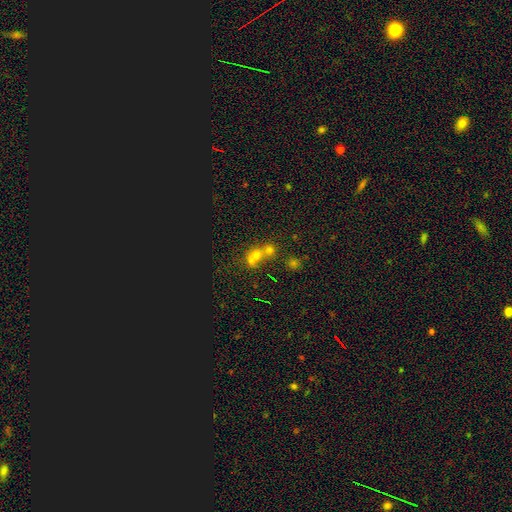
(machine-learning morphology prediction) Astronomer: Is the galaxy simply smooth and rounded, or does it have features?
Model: smooth — 54%.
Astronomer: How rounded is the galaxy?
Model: round — 74%.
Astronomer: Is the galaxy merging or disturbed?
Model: merger — 59%.